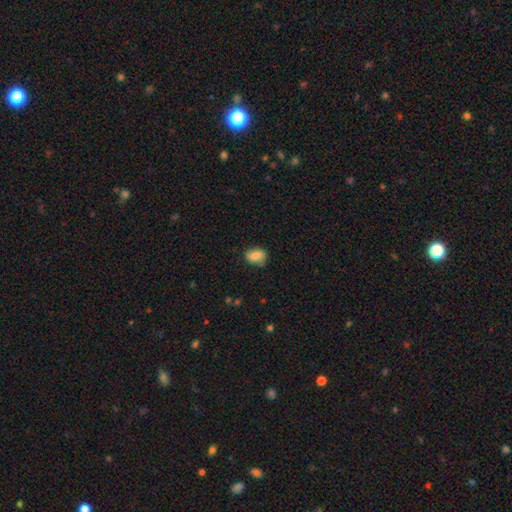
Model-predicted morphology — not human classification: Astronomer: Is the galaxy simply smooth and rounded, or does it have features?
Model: smooth — 82%.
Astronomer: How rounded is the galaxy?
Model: in between — 71%.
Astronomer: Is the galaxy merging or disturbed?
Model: none — 73%.